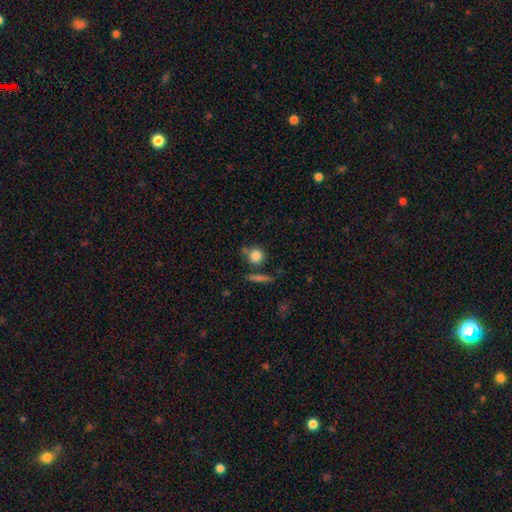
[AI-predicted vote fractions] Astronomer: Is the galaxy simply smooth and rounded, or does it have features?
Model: smooth — 83%.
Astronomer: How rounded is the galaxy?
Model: round — 84%.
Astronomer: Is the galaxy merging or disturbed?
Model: none — 68%.